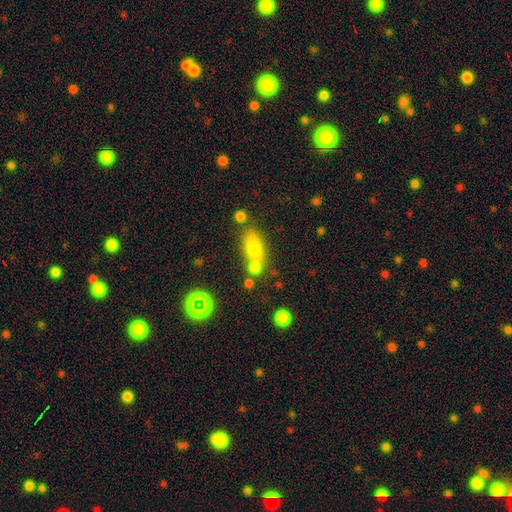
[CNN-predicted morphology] Smooth or featured?
  - smooth: 76% *
  - star or artifact: 12%
  - featured or disk: 12%
How rounded?
  - in between: 73% *
  - cigar-shaped: 18%
  - round: 10%
Merging?
  - none: 56% *
  - merger: 24%
  - minor disturbance: 14%
  - major disturbance: 6%